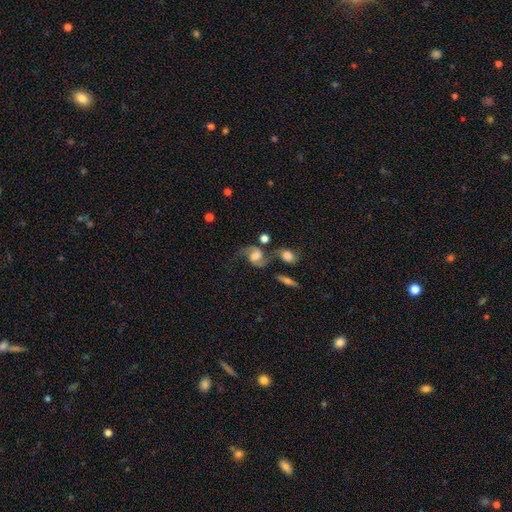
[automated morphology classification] A featured or disk galaxy (76%) with no bar (43%, tied with weak), 2 (90%) loose (57%) spiral arms (93%) and a moderate central bulge (36%). Merging: none (52%).